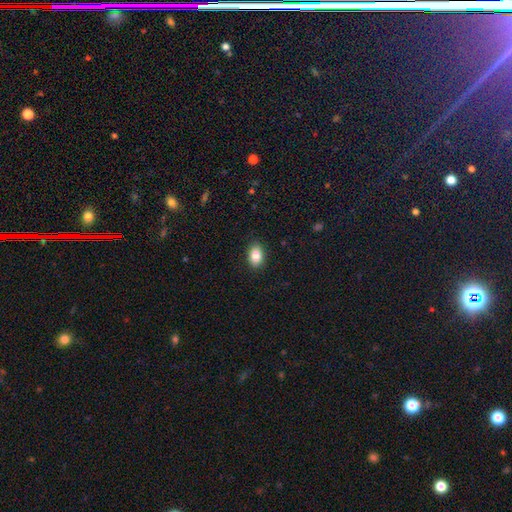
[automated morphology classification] type=smooth (86%); roundness=in between (84%); merging=none (89%).